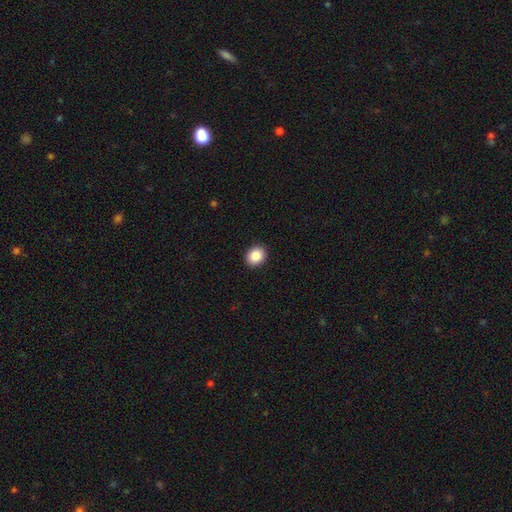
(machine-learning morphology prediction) smooth-or-featured: smooth: 87% | star or artifact: 9% | featured or disk: 5%
  how-rounded: round: 57% | in between: 42% | cigar-shaped: 1%
  merging: none: 92% | minor disturbance: 6% | major disturbance: 2% | merger: 1%